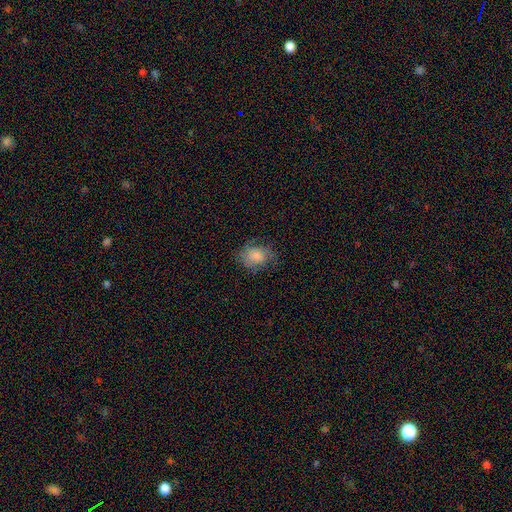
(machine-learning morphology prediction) smooth 70%, featured or disk 21%, star or artifact 9%. Down the decision tree: how rounded — in between (64%); merging — none (62%).